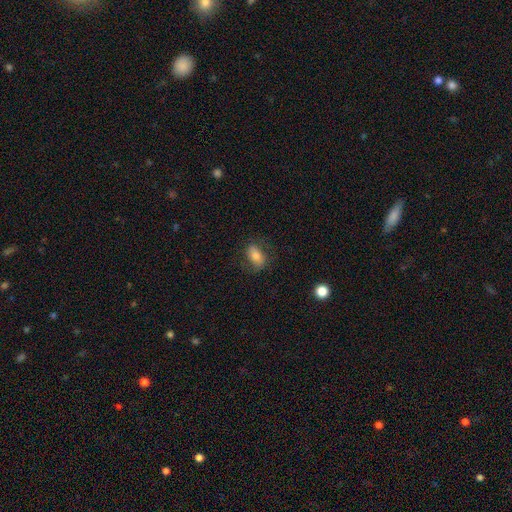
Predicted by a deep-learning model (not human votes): Smooth or featured: smooth — 72% (featured or disk — 19%)
How rounded: in between — 86% (round — 11%)
Merging: none — 71% (minor disturbance — 19%)